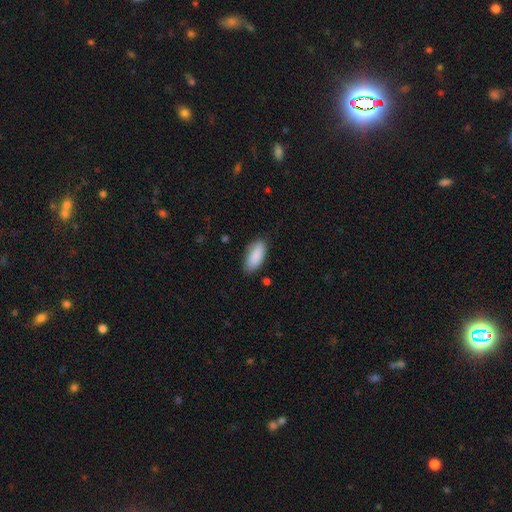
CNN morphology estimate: Smooth or featured?
  - smooth: 89% *
  - star or artifact: 6%
  - featured or disk: 5%
How rounded?
  - in between: 85% *
  - cigar-shaped: 14%
  - round: 2%
Merging?
  - none: 80% *
  - minor disturbance: 15%
  - major disturbance: 3%
  - merger: 2%